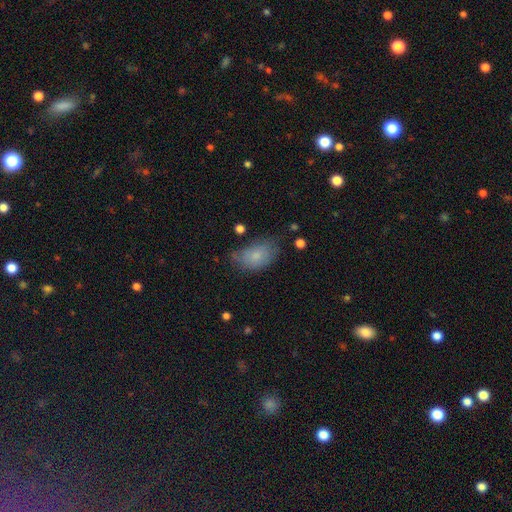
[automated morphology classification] A smooth galaxy with no disk features (75%) that is in between round and cigar-shaped (88%). Merging: none (53%).